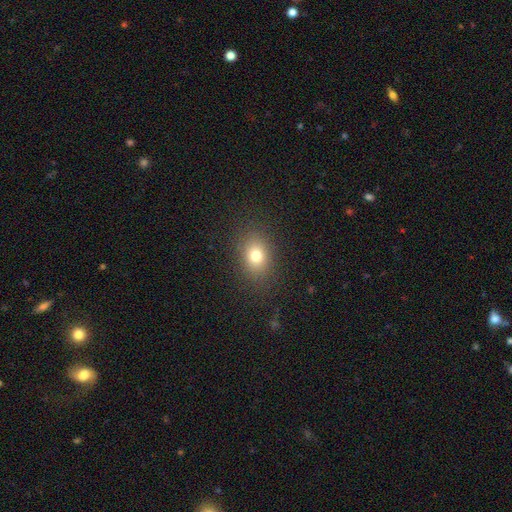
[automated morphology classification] This is likely a smooth galaxy (75%). How rounded: likely in between (61%). Merging: clearly none (85%).